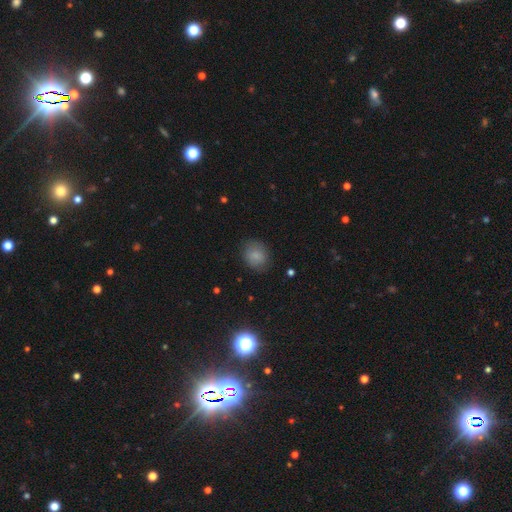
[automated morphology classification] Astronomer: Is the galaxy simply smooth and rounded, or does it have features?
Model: smooth — 83%.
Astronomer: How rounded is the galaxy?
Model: round — 64%.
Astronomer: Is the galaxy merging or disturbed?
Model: none — 80%.